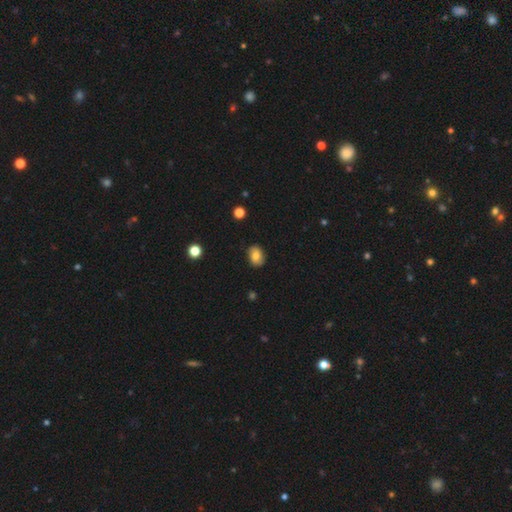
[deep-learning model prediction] Smooth or featured: smooth — 74% (featured or disk — 17%)
How rounded: in between — 64% (round — 35%)
Merging: none — 82% (minor disturbance — 14%)